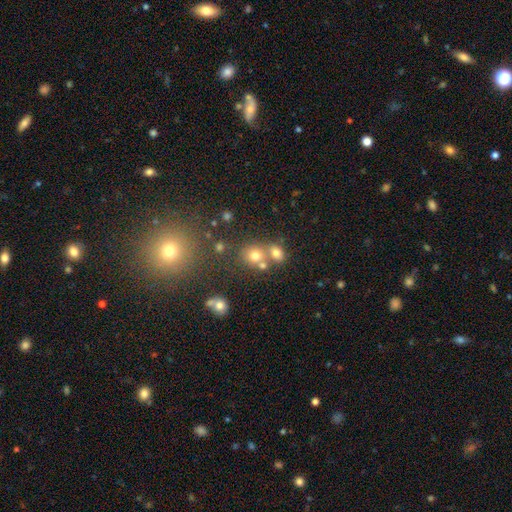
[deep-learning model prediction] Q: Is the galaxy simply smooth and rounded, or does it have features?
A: smooth — 68%.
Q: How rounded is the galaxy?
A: round — 70%.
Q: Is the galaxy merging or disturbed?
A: none — 47%.